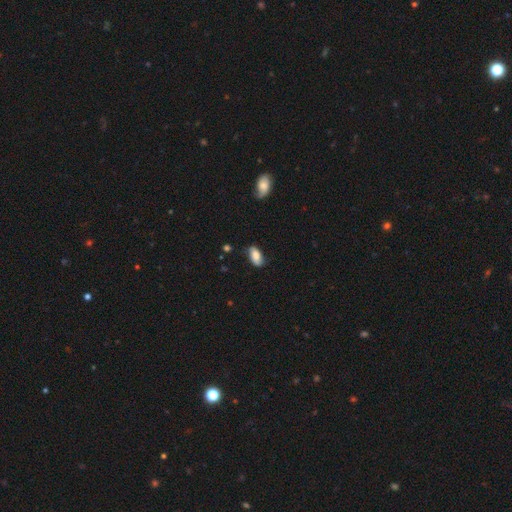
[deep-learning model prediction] Smooth or featured: smooth — 72% (featured or disk — 20%)
How rounded: in between — 91% (cigar-shaped — 5%)
Merging: none — 69% (minor disturbance — 24%)